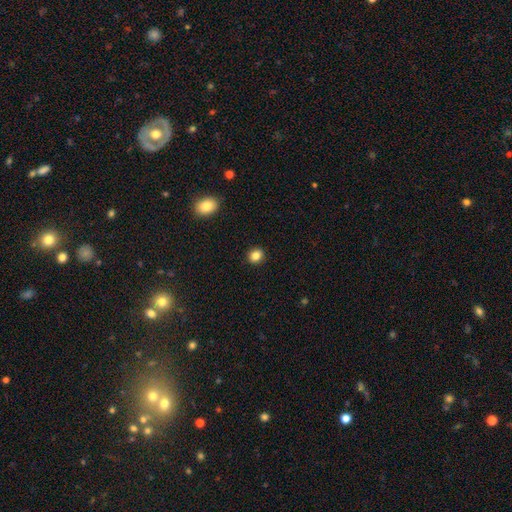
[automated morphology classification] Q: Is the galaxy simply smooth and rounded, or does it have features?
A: smooth — 85%.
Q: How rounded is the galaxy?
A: round — 78%.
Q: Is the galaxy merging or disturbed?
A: none — 92%.